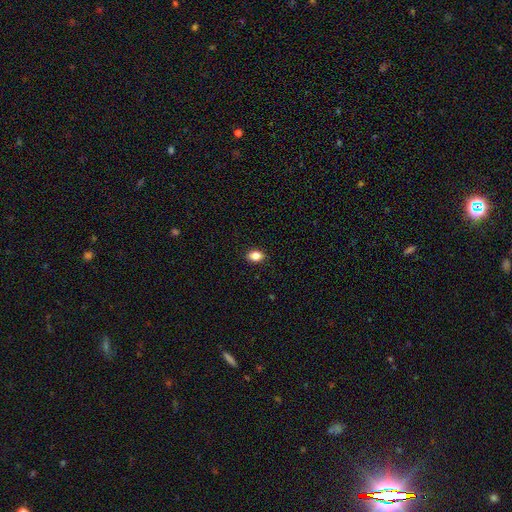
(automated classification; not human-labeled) Smooth or featured? smooth (85%)
How rounded? in between (72%)
Merging? none (88%)